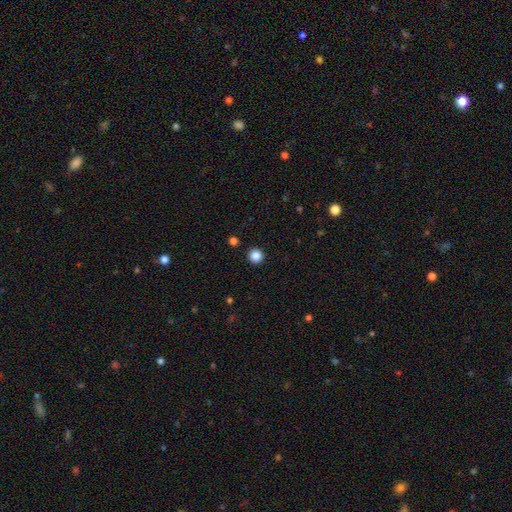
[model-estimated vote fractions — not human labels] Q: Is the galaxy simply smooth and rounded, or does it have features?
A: smooth — 85%.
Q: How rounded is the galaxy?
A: round — 96%.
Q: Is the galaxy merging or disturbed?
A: none — 93%.